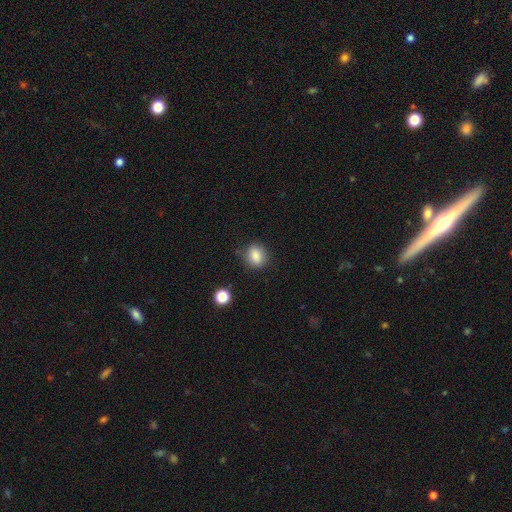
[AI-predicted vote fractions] Smooth or featured?
  - smooth: 85% *
  - star or artifact: 10%
  - featured or disk: 5%
How rounded?
  - round: 56% *
  - in between: 42%
  - cigar-shaped: 1%
Merging?
  - none: 80% *
  - minor disturbance: 14%
  - major disturbance: 4%
  - merger: 2%